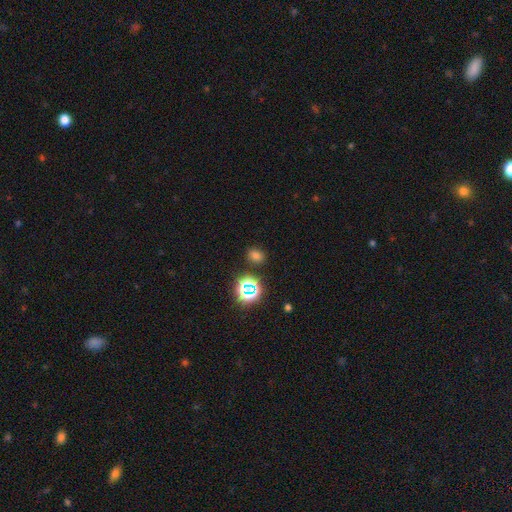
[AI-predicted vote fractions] Overall: smooth (67%). How rounded: round (52%; in between 47%). Merging: none (84%).